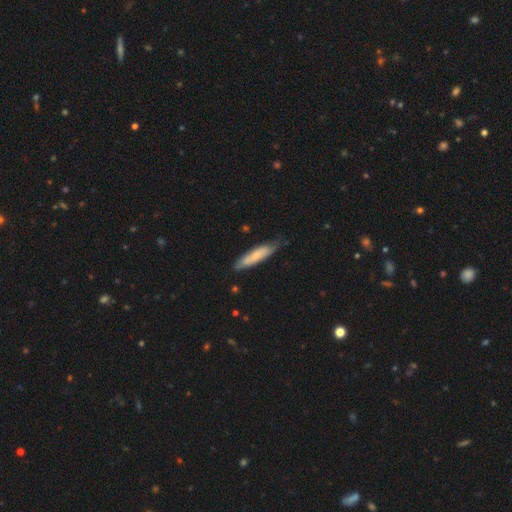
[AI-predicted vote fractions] smooth_or_featured: smooth (p=0.64) [alt: featured or disk p=0.30]
how_rounded: cigar-shaped (p=0.78) [alt: in between p=0.21]
merging: none (p=0.68) [alt: minor disturbance p=0.25]